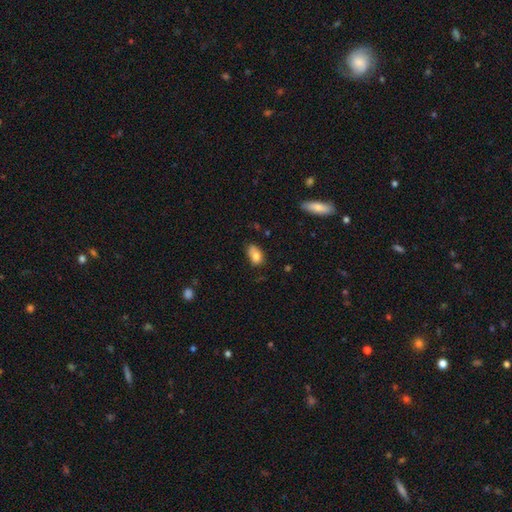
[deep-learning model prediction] smooth 79%, featured or disk 11%, star or artifact 9%. Down the decision tree: how rounded — in between (87%); merging — none (50%).